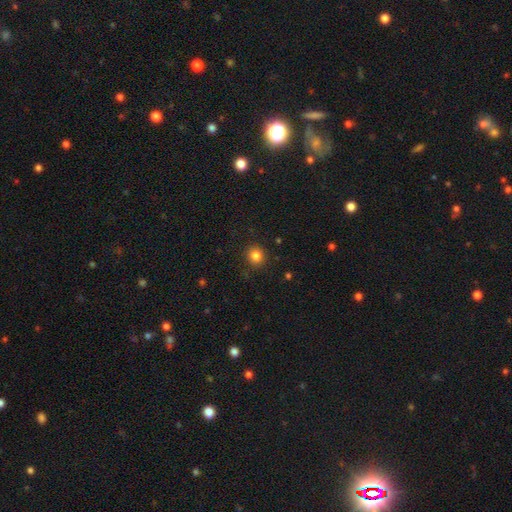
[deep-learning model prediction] Overall: smooth (83%). How rounded: round (89%). Merging: none (90%).